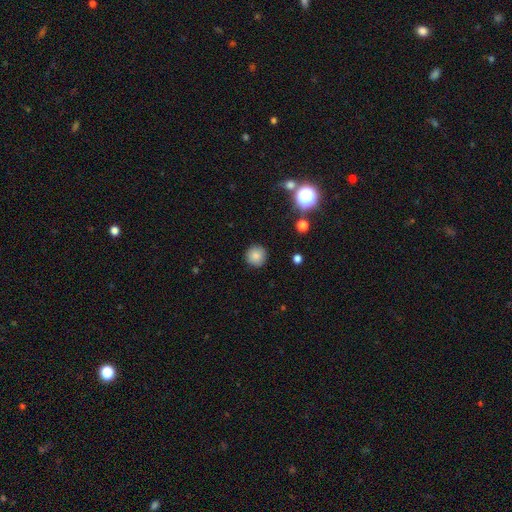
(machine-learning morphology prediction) smooth_or_featured: smooth (p=0.84) [alt: star or artifact p=0.11]
how_rounded: round (p=0.95) [alt: in between p=0.04]
merging: none (p=0.91) [alt: minor disturbance p=0.06]